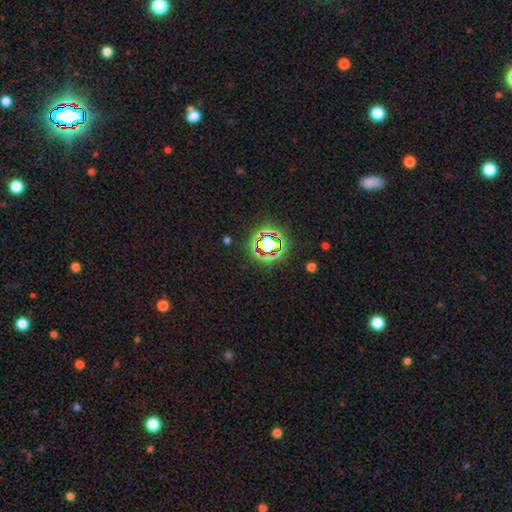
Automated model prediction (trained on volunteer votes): Smooth or featured? star or artifact (76%)